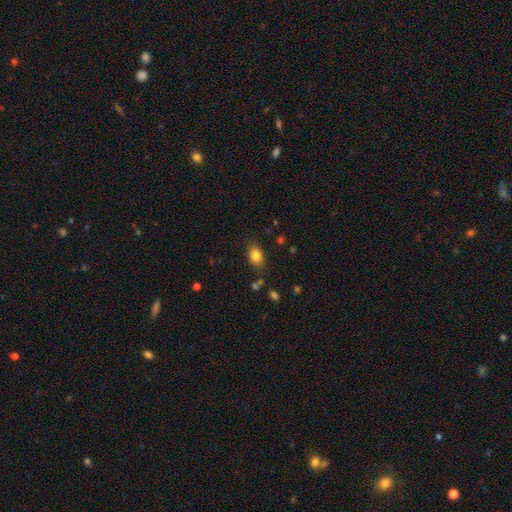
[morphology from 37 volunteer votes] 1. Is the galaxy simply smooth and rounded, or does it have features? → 89% smooth, 8% featured or disk, 3% star or artifact.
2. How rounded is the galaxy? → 85% in between, 9% round, 6% cigar-shaped.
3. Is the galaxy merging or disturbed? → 83% none, 14% minor disturbance, 3% major disturbance, 0% merger.